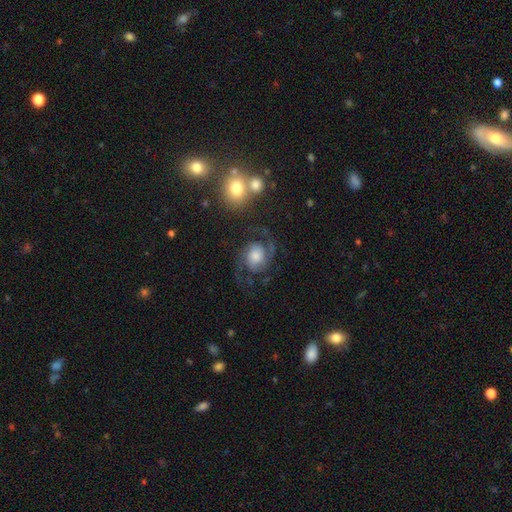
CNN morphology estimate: The model was most divided on "bulge size": moderate: 38%, small: 25%, large: 24%, dominant: 7%, none: 5%. More confident: edge-on disk — no (98%); spiral arms — yes (96%); spiral arm count — 2 (92%); smooth or featured — featured or disk (80%); bar — no (69%); merging — none (68%); spiral winding — medium (52%).